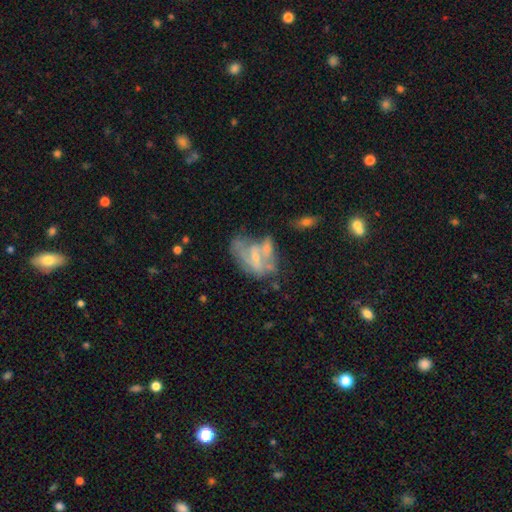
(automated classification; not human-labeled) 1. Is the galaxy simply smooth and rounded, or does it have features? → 63% featured or disk, 27% smooth, 10% star or artifact.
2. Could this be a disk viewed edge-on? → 95% no, 5% yes.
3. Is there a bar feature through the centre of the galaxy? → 45% no, 38% weak, 17% strong.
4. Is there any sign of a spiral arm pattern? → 57% no, 43% yes.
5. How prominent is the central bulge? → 55% small, 26% moderate, 16% none, 2% large, 1% dominant.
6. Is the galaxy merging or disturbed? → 30% merger, 26% none, 25% major disturbance, 19% minor disturbance.